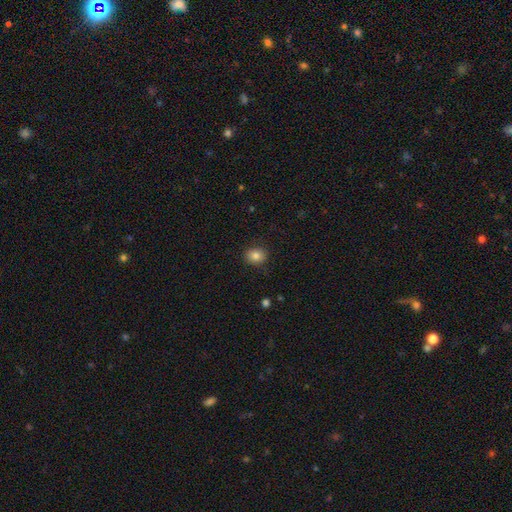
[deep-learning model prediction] Smooth or featured?
  - smooth: 82% *
  - star or artifact: 10%
  - featured or disk: 7%
How rounded?
  - round: 65% *
  - in between: 34%
  - cigar-shaped: 1%
Merging?
  - none: 88% *
  - minor disturbance: 9%
  - major disturbance: 2%
  - merger: 1%